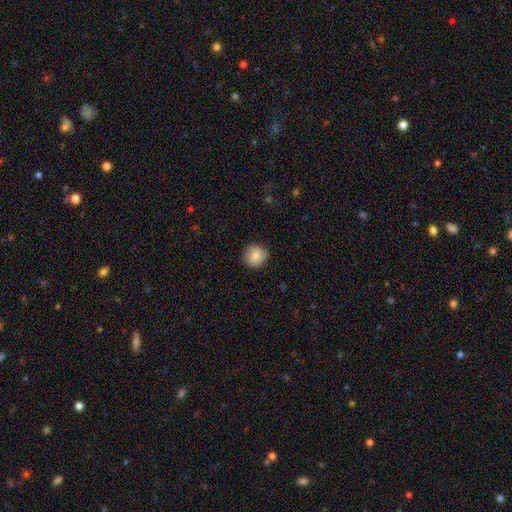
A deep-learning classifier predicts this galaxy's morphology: A smooth galaxy with no disk features (84%) that is round (88%).

Vote fractions:
- Smooth or featured? smooth: 84% / featured or disk: 9% / star or artifact: 8%
- How rounded? round: 88% / in between: 11% / cigar-shaped: 1%
- Merging? none: 85% / minor disturbance: 12% / major disturbance: 2% / merger: 1%